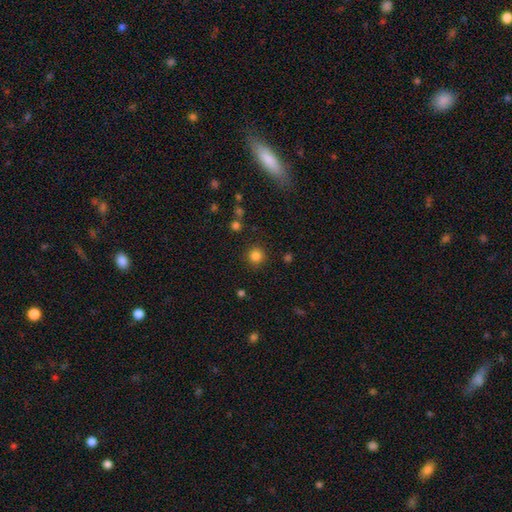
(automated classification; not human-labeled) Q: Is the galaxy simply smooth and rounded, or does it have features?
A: smooth — 83%.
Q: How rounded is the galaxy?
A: round — 94%.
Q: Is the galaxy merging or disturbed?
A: none — 89%.